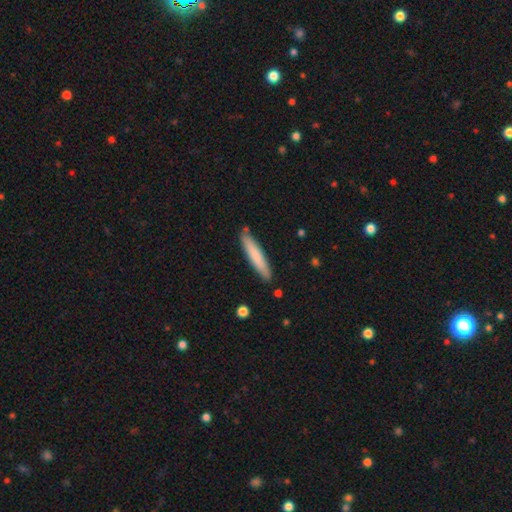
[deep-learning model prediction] smooth 75%, featured or disk 20%, star or artifact 5%. Down the decision tree: how rounded — cigar-shaped (91%); merging — none (85%).